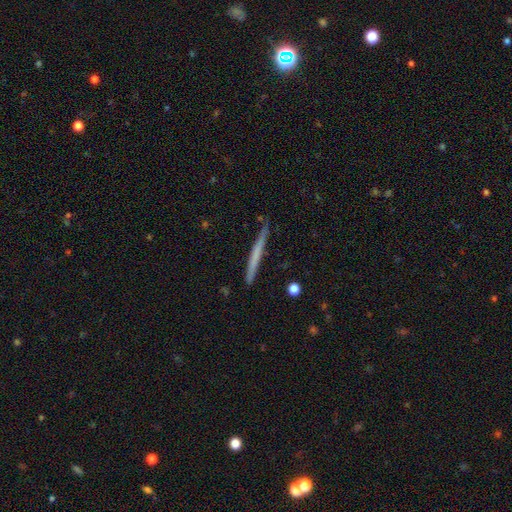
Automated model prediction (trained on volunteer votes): Smooth or featured?
  - smooth: 52% *
  - featured or disk: 42%
  - star or artifact: 6%
How rounded?
  - cigar-shaped: 97% *
  - in between: 2%
  - round: 1%
Merging?
  - none: 86% *
  - minor disturbance: 11%
  - major disturbance: 2%
  - merger: 1%